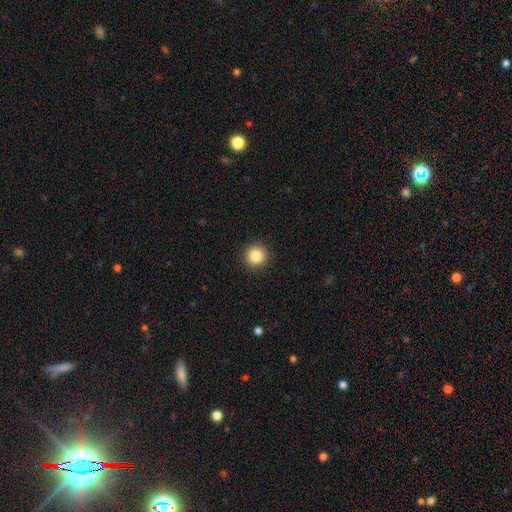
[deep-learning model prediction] Smooth or featured?
  - smooth: 85% *
  - star or artifact: 10%
  - featured or disk: 5%
How rounded?
  - round: 96% *
  - in between: 4%
  - cigar-shaped: 1%
Merging?
  - none: 93% *
  - minor disturbance: 4%
  - major disturbance: 2%
  - merger: 1%